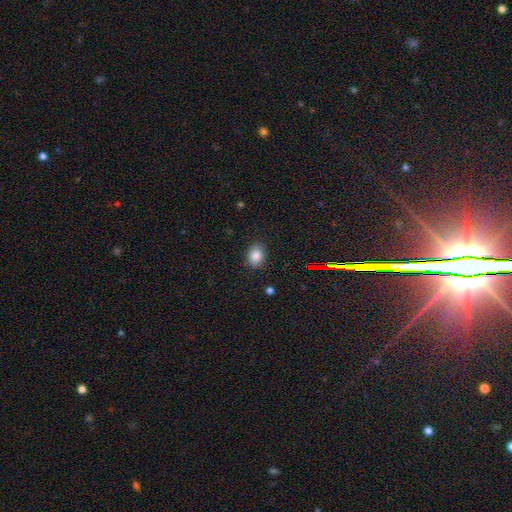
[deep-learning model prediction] Smooth or featured?
  - smooth: 83% *
  - star or artifact: 11%
  - featured or disk: 6%
How rounded?
  - in between: 64% *
  - round: 35%
  - cigar-shaped: 1%
Merging?
  - none: 84% *
  - minor disturbance: 12%
  - major disturbance: 3%
  - merger: 1%